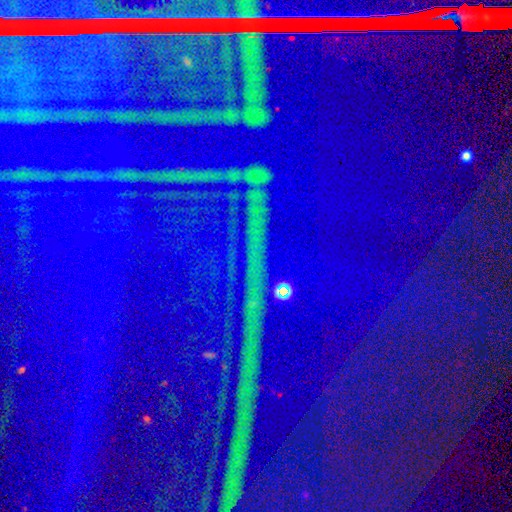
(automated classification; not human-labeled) A star or artifact, not a galaxy (89%).

Vote fractions:
- Smooth or featured? star or artifact: 89% / featured or disk: 6% / smooth: 5%